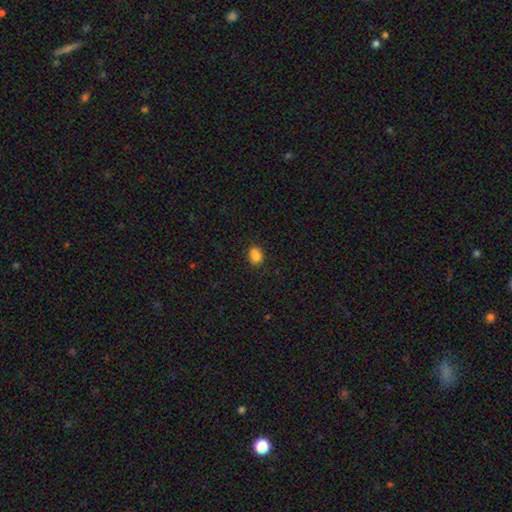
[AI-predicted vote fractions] This appears to be a smooth galaxy with no disk features (84%) that is in between round and cigar-shaped (58%). Merging: none (80%).